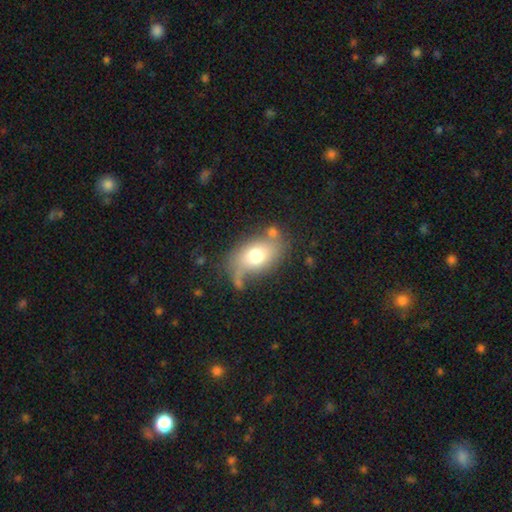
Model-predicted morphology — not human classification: Overall: smooth (67%). How rounded: in between (83%). Merging: none (56%; minor disturbance 21%).